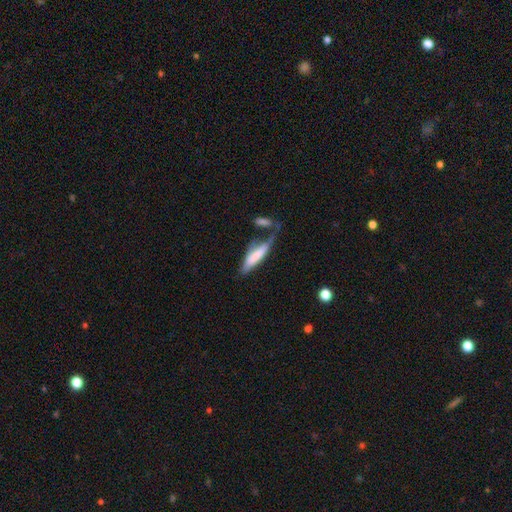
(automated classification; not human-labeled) smooth 67%, featured or disk 27%, star or artifact 7%. Down the decision tree: how rounded — cigar-shaped (59%); merging — merger (29%).